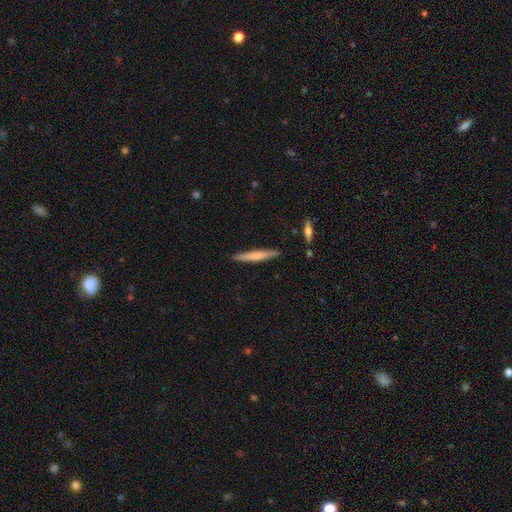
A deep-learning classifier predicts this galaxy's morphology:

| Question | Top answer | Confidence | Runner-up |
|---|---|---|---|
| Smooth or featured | smooth | 59% | featured or disk (36%) |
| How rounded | cigar-shaped | 96% | in between (3%) |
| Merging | none | 89% | minor disturbance (8%) |